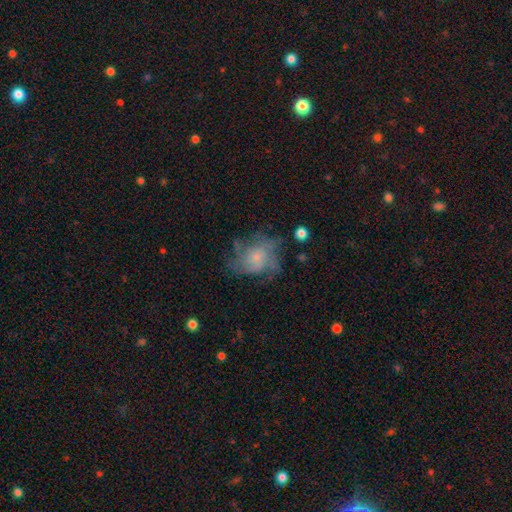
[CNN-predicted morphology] The model was most divided on "spiral winding": medium: 45%, tight: 31%, loose: 25%. Remaining: edge-on disk — no (97%); spiral arms — yes (83%); bar — no (78%); smooth or featured — featured or disk (64%); bulge size — small (61%); merging — none (60%); spiral arm count — can't tell (39%).